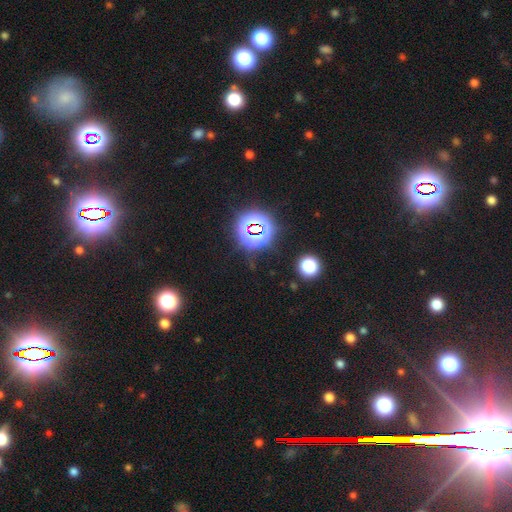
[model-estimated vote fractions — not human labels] smooth-or-featured: star or artifact: 76% | smooth: 15% | featured or disk: 8%